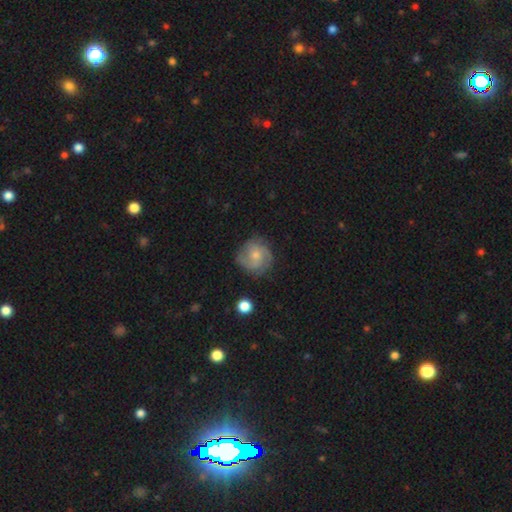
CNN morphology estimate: smooth-or-featured: featured or disk: 66% | smooth: 27% | star or artifact: 7%
  disk-edge-on: no: 98% | yes: 2%
    bar: no: 73% | weak: 24% | strong: 3%
    has-spiral-arms: yes: 91% | no: 9%
      spiral-winding: tight: 47% | medium: 41% | loose: 12%
      spiral-arm-count: 3: 34% | 2: 28% | can't tell: 23% | 4: 7% | 1: 5% | more than 4: 4%
    bulge-size: small: 49% | moderate: 43% | none: 4% | large: 2% | dominant: 1%
  merging: none: 74% | minor disturbance: 18% | major disturbance: 6% | merger: 2%